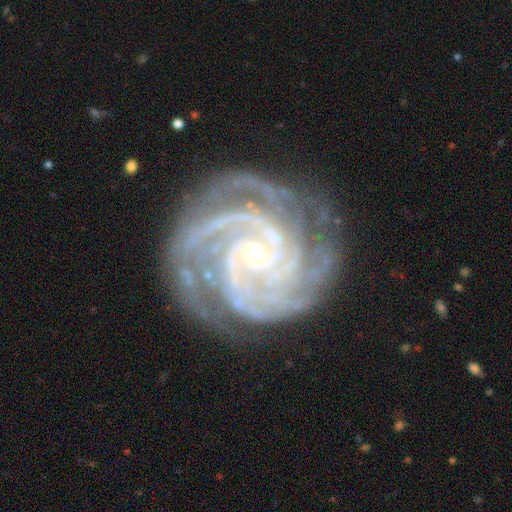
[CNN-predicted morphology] Smooth or featured: featured or disk — 92% (star or artifact — 5%)
Edge-on disk: no — 98% (yes — 2%)
Bar: no — 62% (weak — 26%)
Spiral arms: yes — 99% (no — 1%)
Spiral winding: tight — 75% (medium — 22%)
Spiral arm count: 4 — 31% (3 — 23%)
Bulge size: small — 77% (moderate — 19%)
Merging: none — 78% (minor disturbance — 15%)